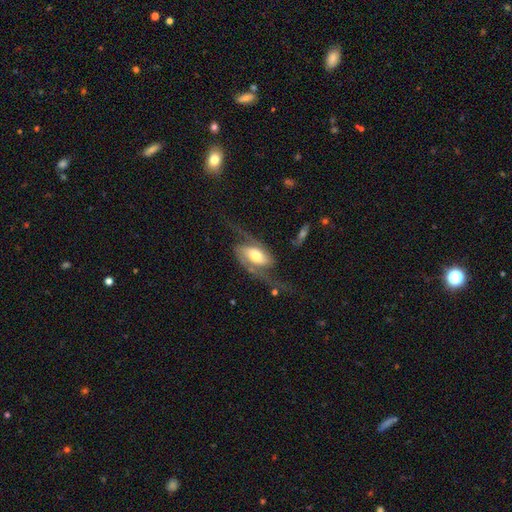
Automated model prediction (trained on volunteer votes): This appears to be a featured or disk galaxy (80%) with no bar (40%), 2 (91%) loose (65%) spiral arms (93%) and a moderate central bulge (54%). Merging: none (55%).